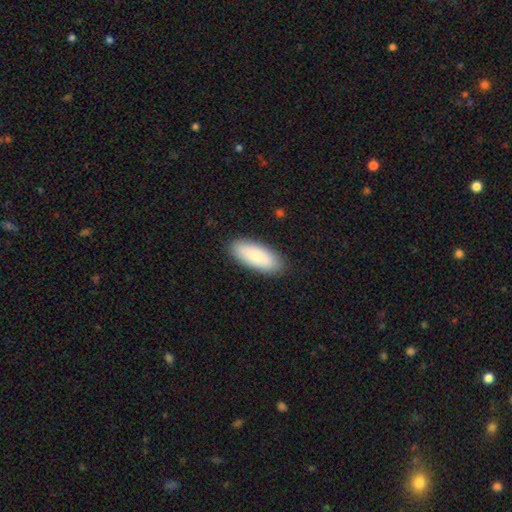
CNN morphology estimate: Q: Smooth or featured?
A: smooth (86%); runner-up: featured or disk (9%)
Q: How rounded?
A: in between (80%); runner-up: cigar-shaped (18%)
Q: Merging?
A: none (90%); runner-up: minor disturbance (8%)